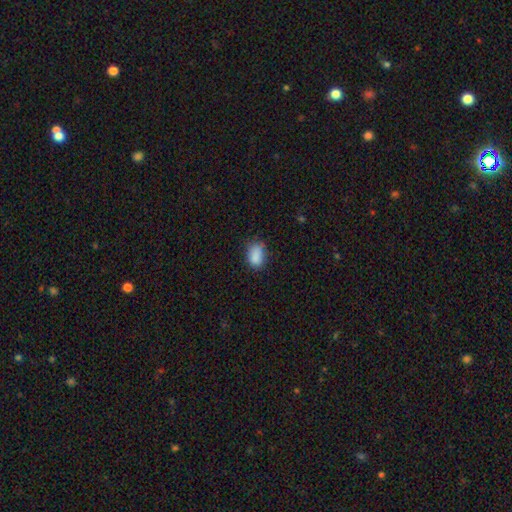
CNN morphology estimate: Smooth or featured? Predicted: smooth (p=0.86). How rounded? Predicted: in between (p=0.82). Merging? Predicted: none (p=0.63).